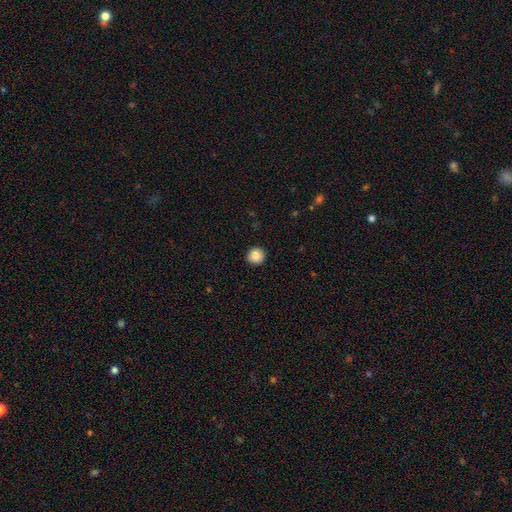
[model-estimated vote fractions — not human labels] Smooth or featured?
  - smooth: 89% *
  - star or artifact: 9%
  - featured or disk: 3%
How rounded?
  - round: 94% *
  - in between: 5%
  - cigar-shaped: 1%
Merging?
  - none: 92% *
  - minor disturbance: 5%
  - major disturbance: 2%
  - merger: 1%